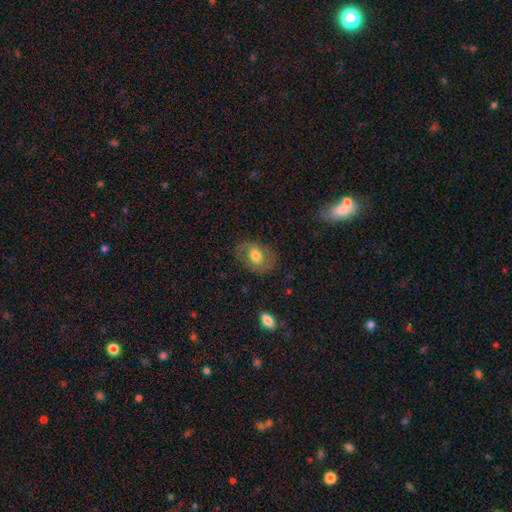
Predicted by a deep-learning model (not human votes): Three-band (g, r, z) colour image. It shows a smooth galaxy with no disk features (56%) that is in between round and cigar-shaped (65%). Merging: none (75%).